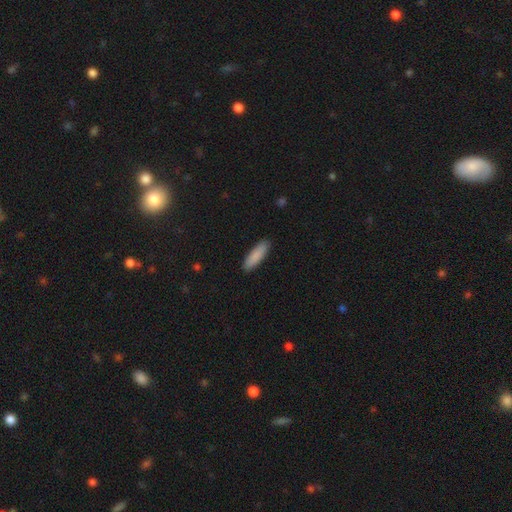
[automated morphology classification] Smooth or featured? smooth (88%)
How rounded? cigar-shaped (63%)
Merging? none (90%)